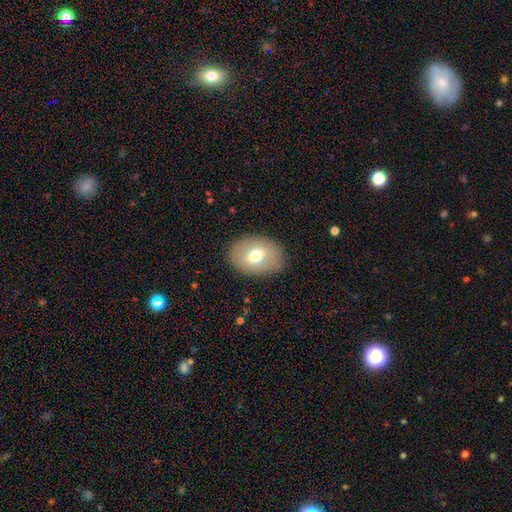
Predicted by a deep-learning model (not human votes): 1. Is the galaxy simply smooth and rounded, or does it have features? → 67% smooth, 25% featured or disk, 8% star or artifact.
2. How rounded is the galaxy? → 75% in between, 24% round, 1% cigar-shaped.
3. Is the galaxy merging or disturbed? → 86% none, 9% minor disturbance, 3% major disturbance, 1% merger.